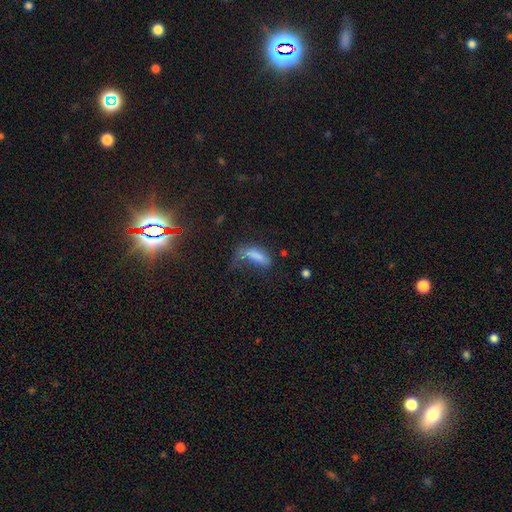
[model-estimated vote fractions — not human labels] A smooth galaxy with no disk features (71%) that is in between round and cigar-shaped (58%).

Vote fractions:
- Smooth or featured? smooth: 71% / featured or disk: 18% / star or artifact: 11%
- How rounded? in between: 58% / cigar-shaped: 38% / round: 4%
- Merging? major disturbance: 47% / none: 25% / minor disturbance: 21% / merger: 7%